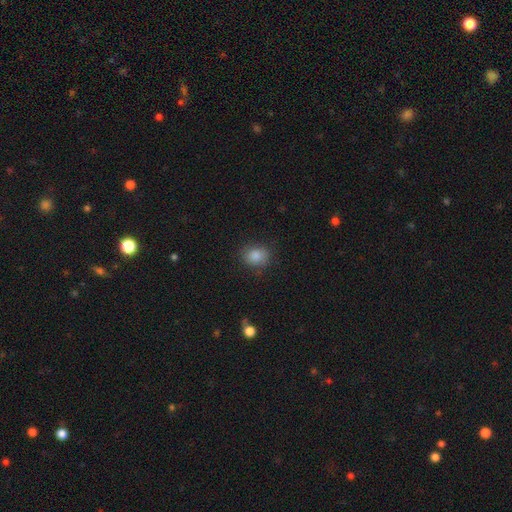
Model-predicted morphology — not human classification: Q: Smooth or featured?
A: smooth (84%); runner-up: star or artifact (10%)
Q: How rounded?
A: round (58%); runner-up: in between (41%)
Q: Merging?
A: none (82%); runner-up: minor disturbance (13%)